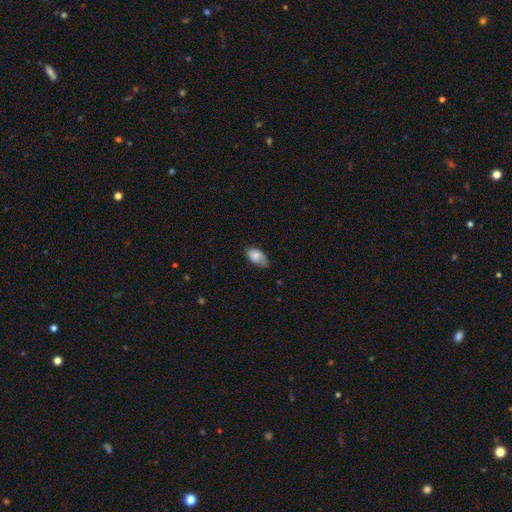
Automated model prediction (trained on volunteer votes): Smooth or featured?
  - smooth: 77% *
  - featured or disk: 16%
  - star or artifact: 7%
How rounded?
  - in between: 92% *
  - round: 6%
  - cigar-shaped: 2%
Merging?
  - none: 51% *
  - minor disturbance: 35%
  - major disturbance: 12%
  - merger: 2%